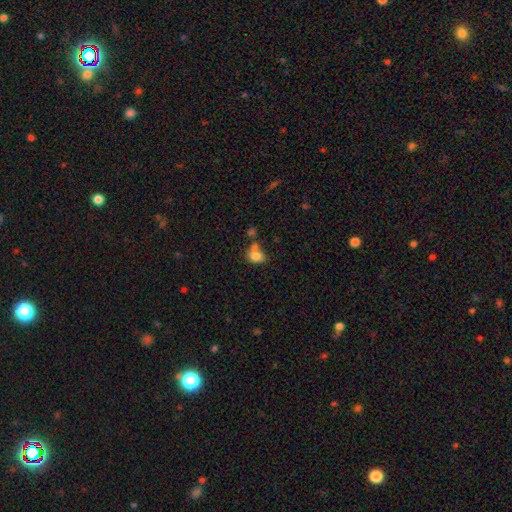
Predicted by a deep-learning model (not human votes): Morphology: type=smooth (79%); roundness=in between (61%); merging=none (38%, tied with merger).